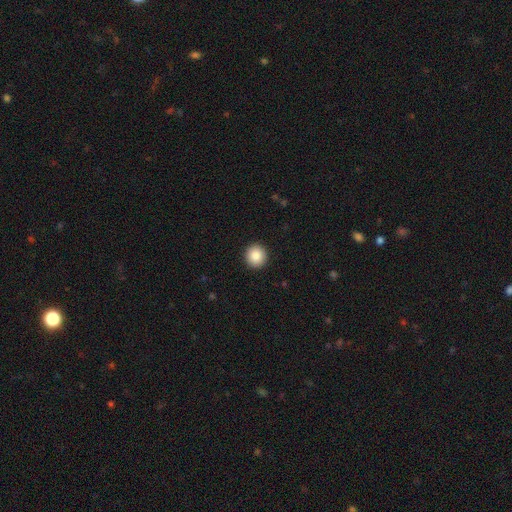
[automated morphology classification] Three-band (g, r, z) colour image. It shows a smooth galaxy with no disk features (87%) that is round (93%). Merging: none (93%).